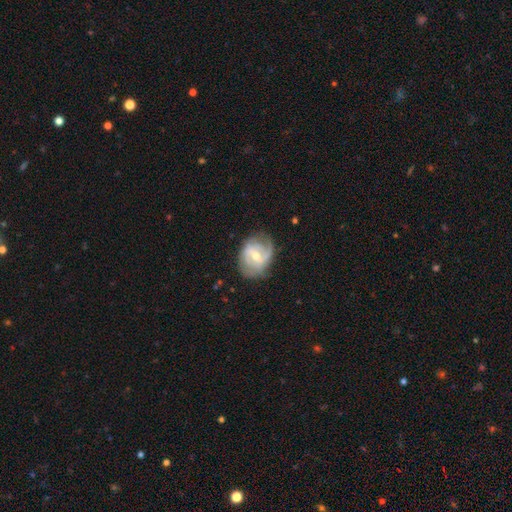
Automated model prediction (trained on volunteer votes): Smooth or featured? featured or disk (80%)
Edge-on disk? no (97%)
Bar? weak (53%)
Spiral arms? yes (90%)
Spiral winding? medium (42%)
Spiral arm count? 2 (57%)
Bulge size? moderate (56%)
Merging? none (66%)